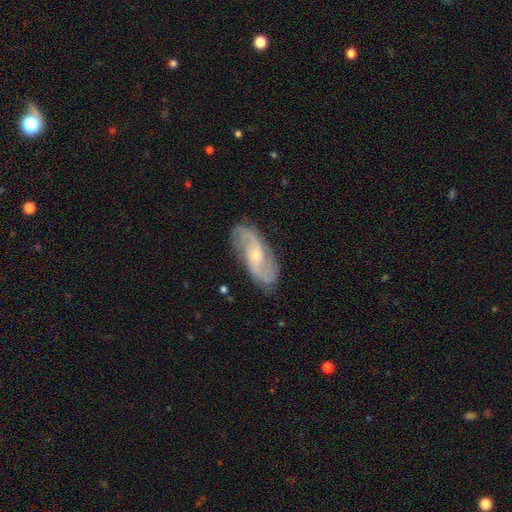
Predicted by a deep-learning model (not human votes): Morphology: type=featured or disk (83%); edge-on=no (94%); bar=no (50%); spiral arms=yes (96%); winding=medium (48%); arm count=2 (79%); bulge=small (59%); merging=none (79%).